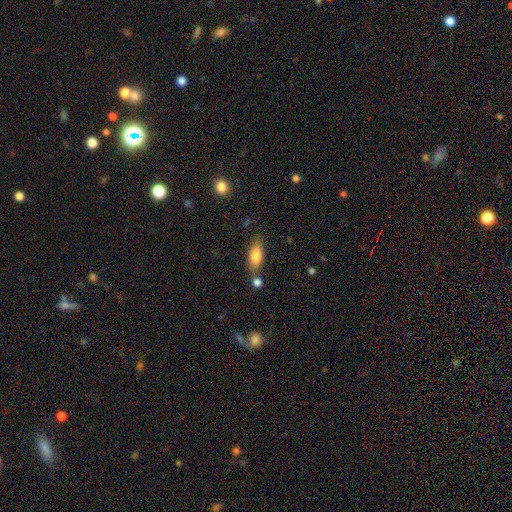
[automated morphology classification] Q: Smooth or featured?
A: smooth (78%); runner-up: featured or disk (16%)
Q: How rounded?
A: in between (77%); runner-up: cigar-shaped (20%)
Q: Merging?
A: none (73%); runner-up: minor disturbance (15%)